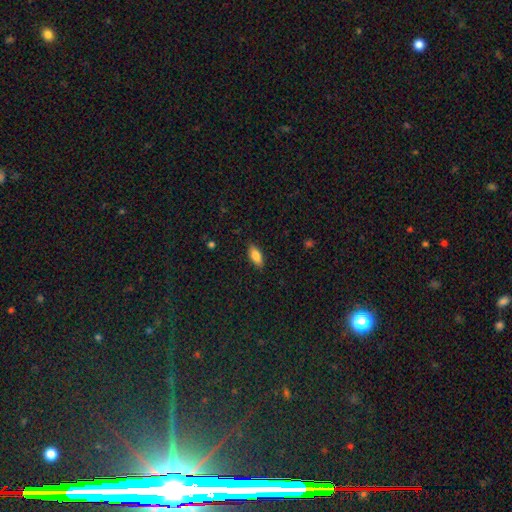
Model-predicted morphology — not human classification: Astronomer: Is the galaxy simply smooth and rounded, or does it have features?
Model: smooth — 80%.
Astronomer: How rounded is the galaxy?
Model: in between — 79%.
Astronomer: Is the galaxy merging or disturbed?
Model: none — 87%.